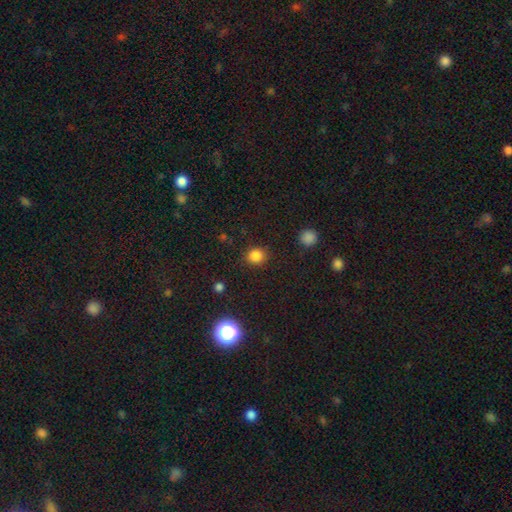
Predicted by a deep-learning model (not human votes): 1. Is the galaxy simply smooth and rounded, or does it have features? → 83% smooth, 13% star or artifact, 4% featured or disk.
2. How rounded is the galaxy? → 82% round, 17% in between, 1% cigar-shaped.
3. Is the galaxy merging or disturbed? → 87% none, 9% minor disturbance, 3% major disturbance, 2% merger.